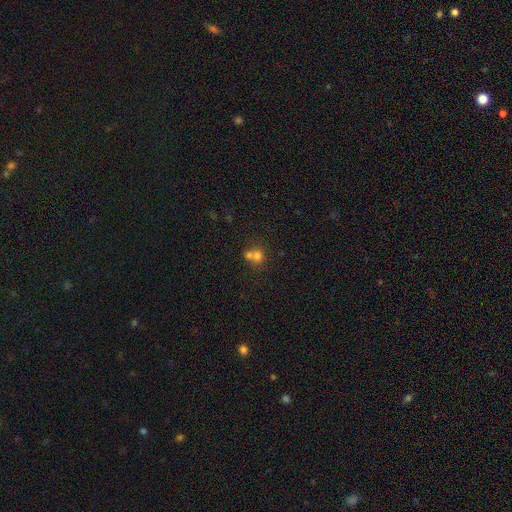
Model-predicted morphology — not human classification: Q: Smooth or featured?
A: smooth (70%); runner-up: featured or disk (16%)
Q: How rounded?
A: round (77%); runner-up: in between (22%)
Q: Merging?
A: merger (58%); runner-up: none (33%)